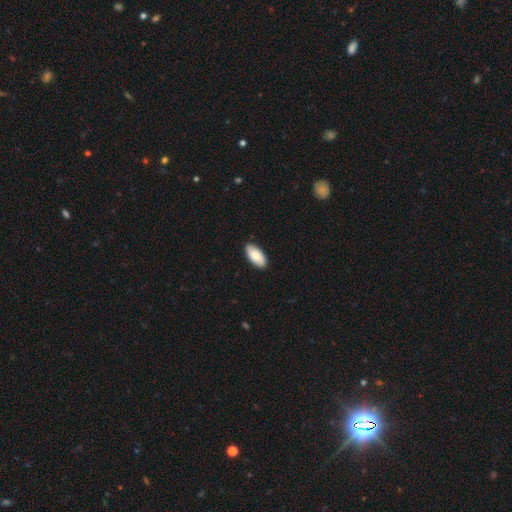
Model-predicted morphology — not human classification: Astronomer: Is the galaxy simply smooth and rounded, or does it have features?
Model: smooth — 83%.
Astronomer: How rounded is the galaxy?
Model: in between — 93%.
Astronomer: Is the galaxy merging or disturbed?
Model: none — 90%.